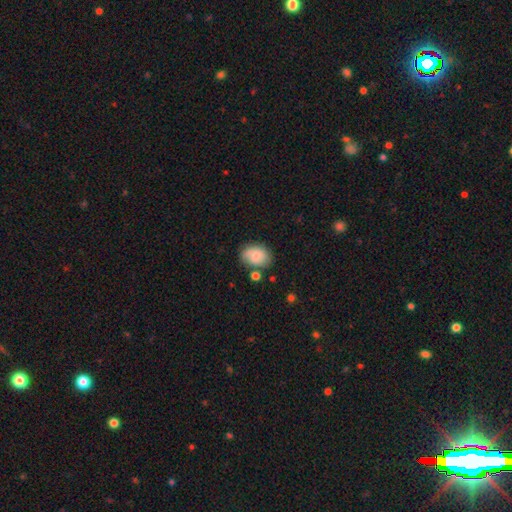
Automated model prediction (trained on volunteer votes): Q: Smooth or featured?
A: smooth (71%); runner-up: featured or disk (21%)
Q: How rounded?
A: in between (71%); runner-up: round (28%)
Q: Merging?
A: none (64%); runner-up: minor disturbance (22%)